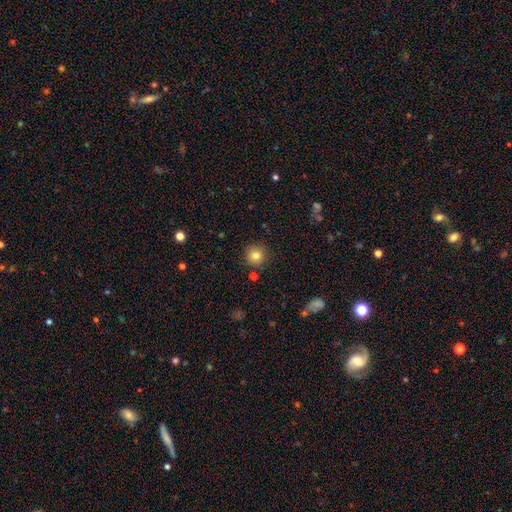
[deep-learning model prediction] A smooth galaxy with no disk features (80%) that is round (95%). Merging: none (88%).